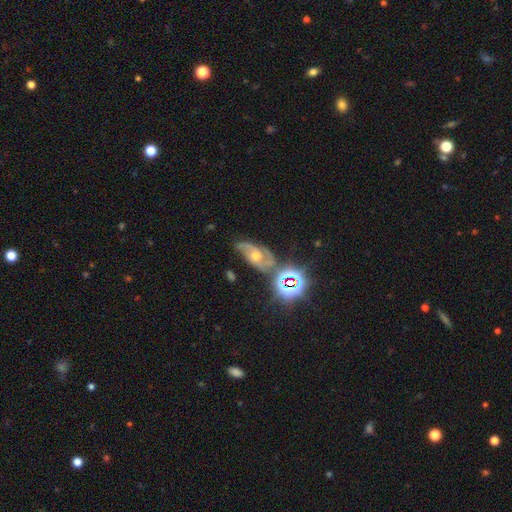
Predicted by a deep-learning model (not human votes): The model was most divided on "spiral winding": medium: 48%, tight: 31%, loose: 21%. More confident: edge-on disk — no (94%); spiral arms — yes (90%); bulge size — moderate (70%); spiral arm count — 2 (65%); bar — no (63%); smooth or featured — featured or disk (62%); merging — none (60%).